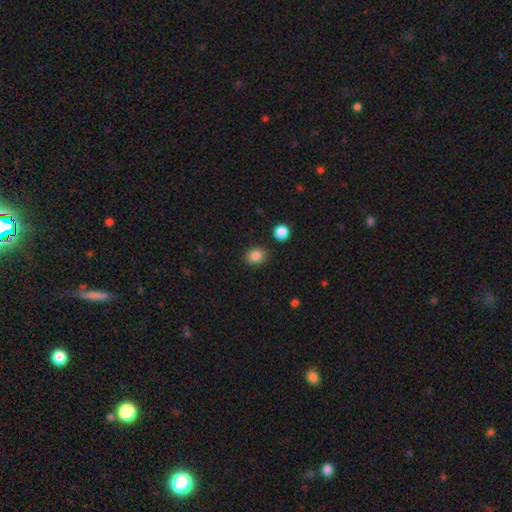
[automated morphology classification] smooth 85%, star or artifact 10%, featured or disk 5%. Down the decision tree: how rounded — in between (51%); merging — none (87%).